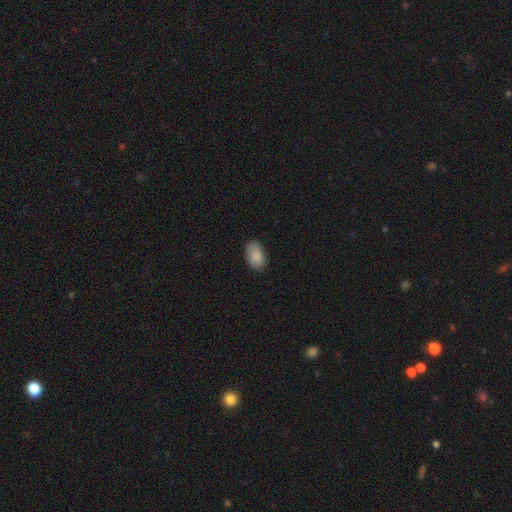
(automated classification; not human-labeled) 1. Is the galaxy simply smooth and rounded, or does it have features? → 88% smooth, 7% star or artifact, 5% featured or disk.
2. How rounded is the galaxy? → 93% in between, 5% round, 2% cigar-shaped.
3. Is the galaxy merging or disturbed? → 81% none, 15% minor disturbance, 3% major disturbance, 1% merger.